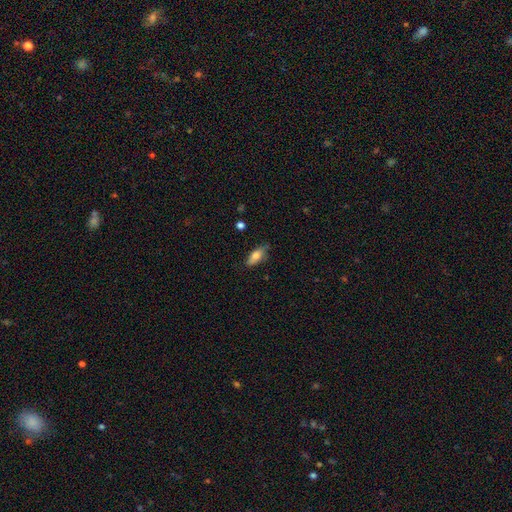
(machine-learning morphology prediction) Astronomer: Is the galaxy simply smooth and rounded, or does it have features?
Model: smooth — 76%.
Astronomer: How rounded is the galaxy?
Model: in between — 78%.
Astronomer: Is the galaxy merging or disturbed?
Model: none — 77%.